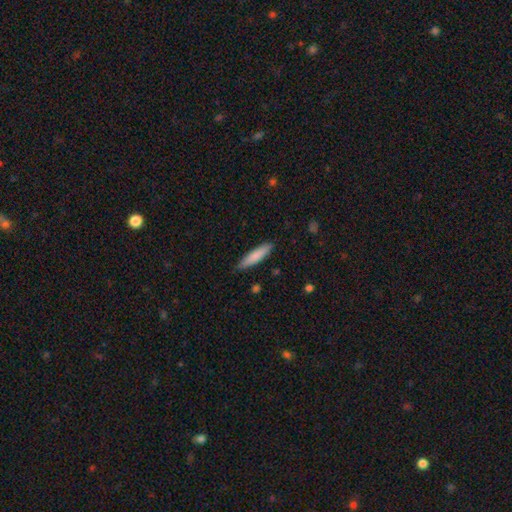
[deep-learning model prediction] Smooth or featured?
  - smooth: 81% *
  - featured or disk: 14%
  - star or artifact: 6%
How rounded?
  - cigar-shaped: 80% *
  - in between: 19%
  - round: 1%
Merging?
  - none: 85% *
  - minor disturbance: 12%
  - major disturbance: 2%
  - merger: 1%